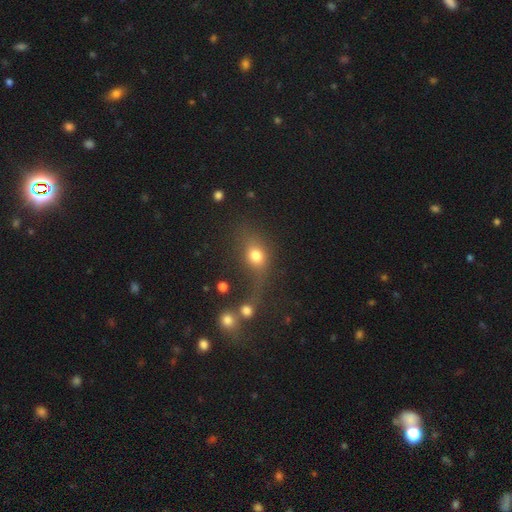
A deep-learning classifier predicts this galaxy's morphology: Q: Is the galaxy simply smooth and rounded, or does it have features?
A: smooth — 73%.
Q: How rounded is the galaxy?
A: in between — 51%.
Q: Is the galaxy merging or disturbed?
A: none — 39%.